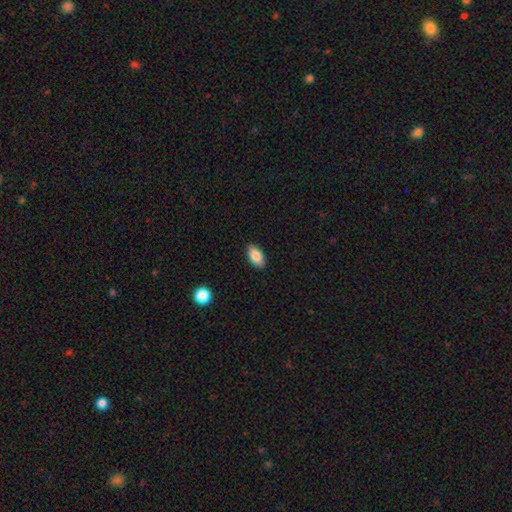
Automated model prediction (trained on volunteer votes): Smooth or featured? Predicted: smooth (p=0.85). How rounded? Predicted: in between (p=0.92). Merging? Predicted: none (p=0.87).